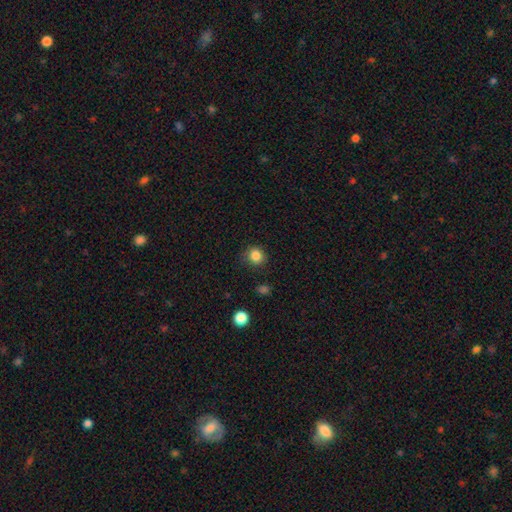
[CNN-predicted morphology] smooth 84%, star or artifact 11%, featured or disk 4%. Down the decision tree: how rounded — round (84%); merging — none (82%).